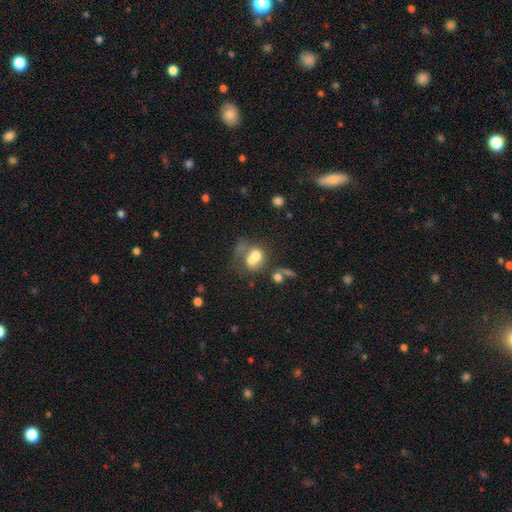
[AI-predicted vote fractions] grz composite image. It shows a smooth galaxy with no disk features (61%) that is round (58%). Merging: merger (63%).